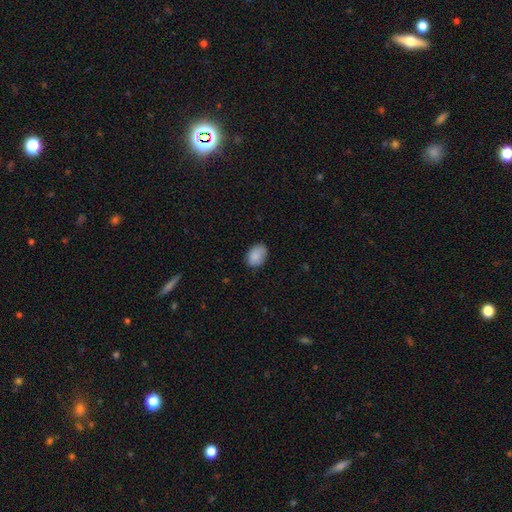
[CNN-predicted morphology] Smooth or featured? smooth (88%)
How rounded? in between (82%)
Merging? none (78%)